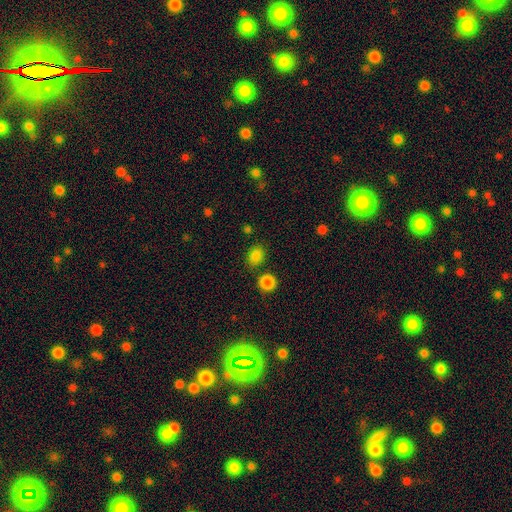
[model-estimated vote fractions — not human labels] A smooth galaxy with no disk features (84%) that is in between round and cigar-shaped (52%). Merging: none (80%).